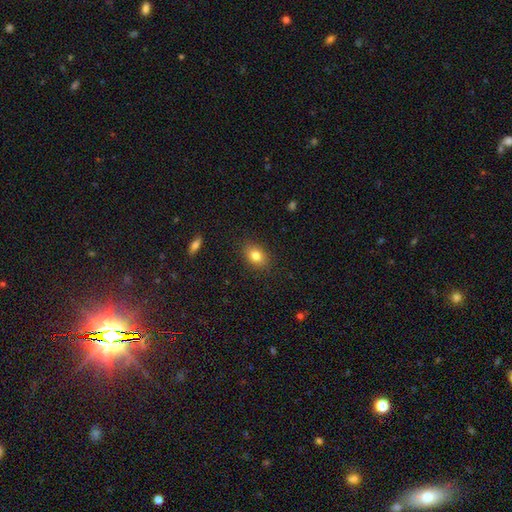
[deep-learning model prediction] Q: Smooth or featured?
A: smooth (81%); runner-up: star or artifact (10%)
Q: How rounded?
A: in between (69%); runner-up: round (29%)
Q: Merging?
A: none (87%); runner-up: minor disturbance (10%)